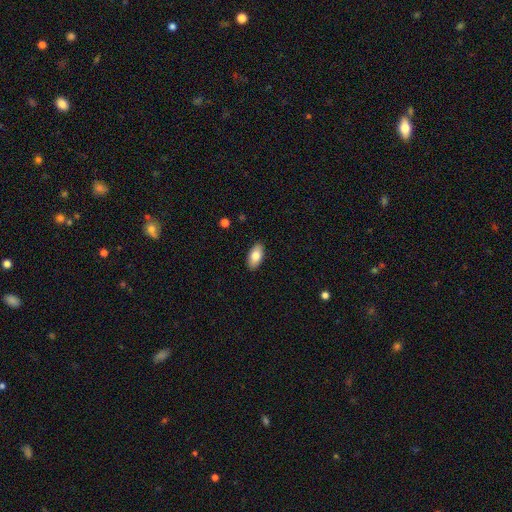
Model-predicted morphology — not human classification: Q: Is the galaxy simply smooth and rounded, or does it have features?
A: smooth — 81%.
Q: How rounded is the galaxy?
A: in between — 93%.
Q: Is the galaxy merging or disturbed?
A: none — 89%.